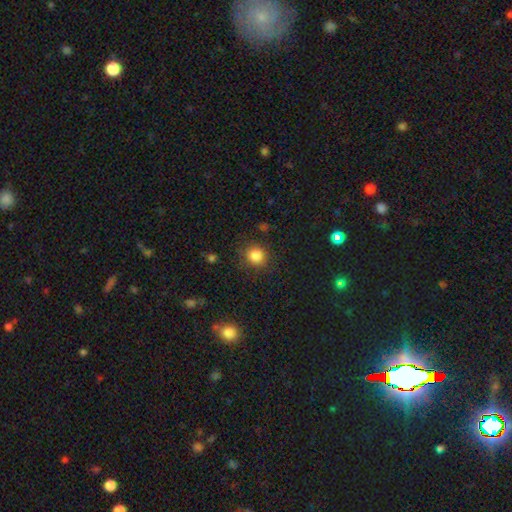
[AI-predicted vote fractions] Smooth or featured?
  - smooth: 84% *
  - star or artifact: 12%
  - featured or disk: 4%
How rounded?
  - round: 88% *
  - in between: 11%
  - cigar-shaped: 1%
Merging?
  - none: 86% *
  - minor disturbance: 10%
  - major disturbance: 3%
  - merger: 2%